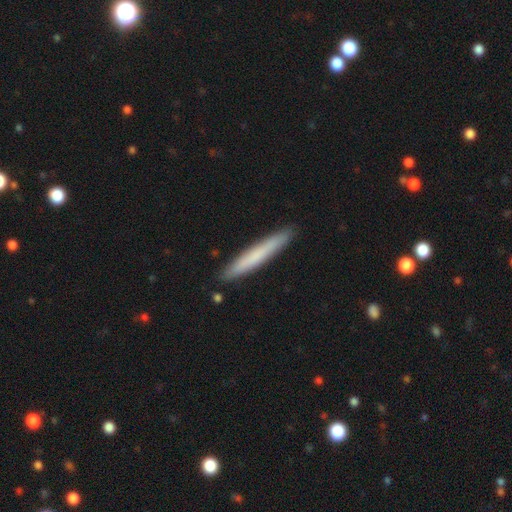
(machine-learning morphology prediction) smooth_or_featured: smooth (p=0.69) [alt: featured or disk p=0.26]
how_rounded: cigar-shaped (p=0.96) [alt: in between p=0.03]
merging: none (p=0.90) [alt: minor disturbance p=0.07]